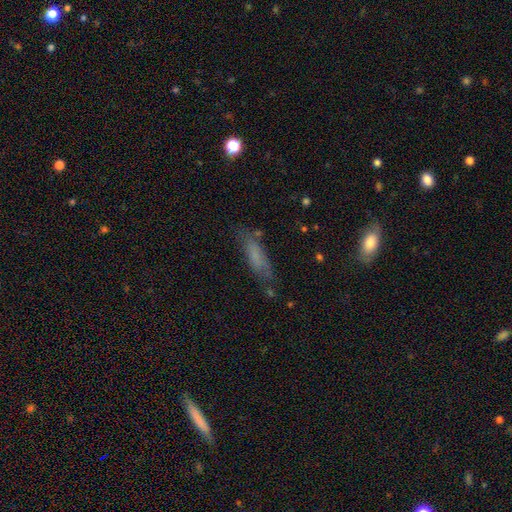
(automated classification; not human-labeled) A smooth galaxy with no disk features (64%) that is cigar-shaped (63%). Merging: none (66%).